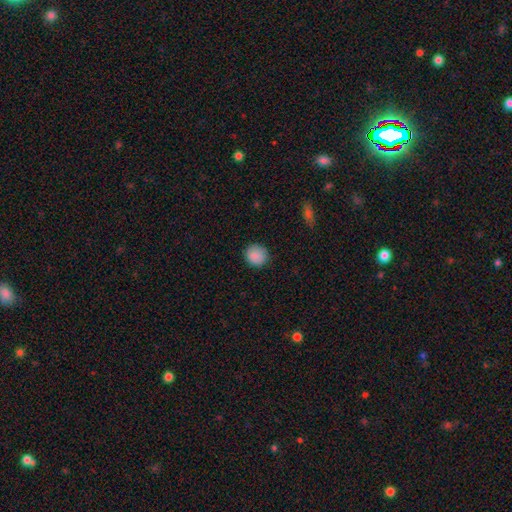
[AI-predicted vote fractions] This is clearly a smooth galaxy (89%). How rounded: clearly round (91%). Merging: clearly none (89%).